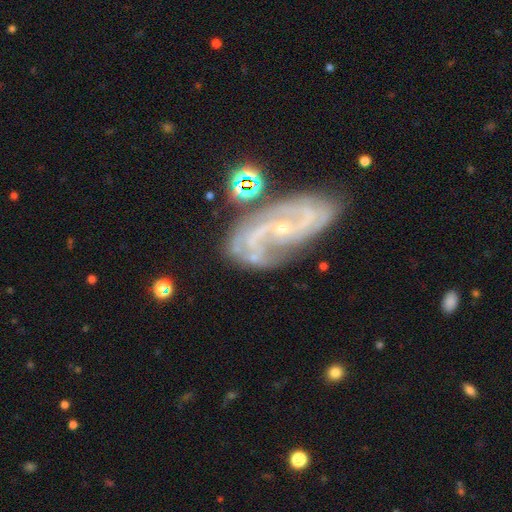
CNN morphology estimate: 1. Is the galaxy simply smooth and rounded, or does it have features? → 79% featured or disk, 12% smooth, 8% star or artifact.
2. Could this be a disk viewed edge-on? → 97% no, 3% yes.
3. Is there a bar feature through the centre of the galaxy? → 51% no, 32% weak, 17% strong.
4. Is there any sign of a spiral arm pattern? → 90% yes, 10% no.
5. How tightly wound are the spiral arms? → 46% medium, 34% loose, 20% tight.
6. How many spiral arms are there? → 66% 2, 11% can't tell, 11% 3, 5% 1, 4% 4, 4% more than 4.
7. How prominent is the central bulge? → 73% small, 17% moderate, 6% none, 2% large, 1% dominant.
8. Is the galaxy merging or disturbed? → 48% none, 21% minor disturbance, 18% major disturbance, 14% merger.